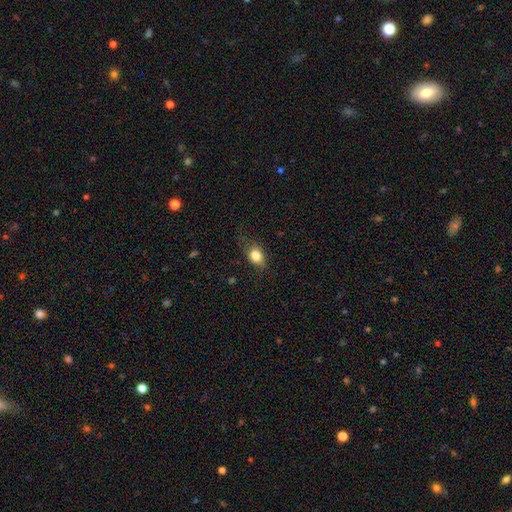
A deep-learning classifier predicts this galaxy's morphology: A smooth galaxy with no disk features (82%) that is in between round and cigar-shaped (72%). Merging: none (67%).